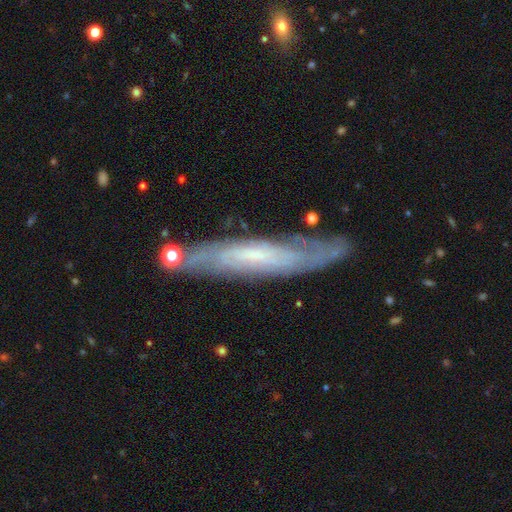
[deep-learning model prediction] Smooth or featured? featured or disk (70%)
Edge-on disk? no (51%)
Merging? none (78%)